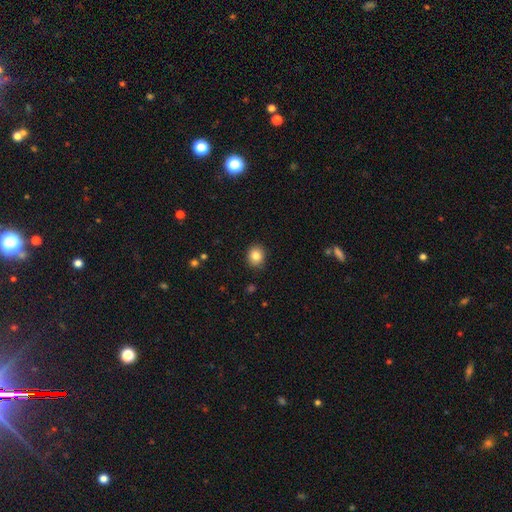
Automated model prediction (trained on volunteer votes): Smooth or featured? smooth (84%)
How rounded? round (74%)
Merging? none (90%)